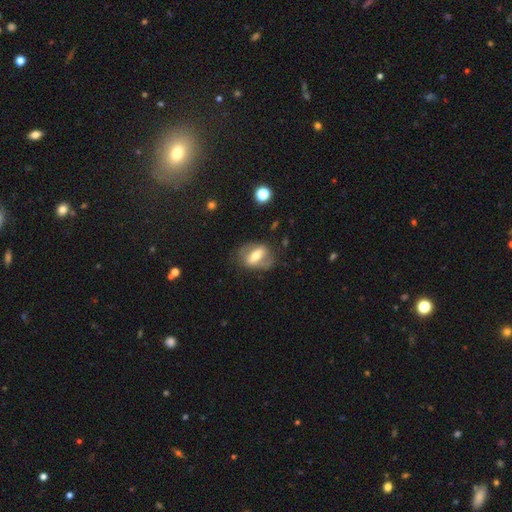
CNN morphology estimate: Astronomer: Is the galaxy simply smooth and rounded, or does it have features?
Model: featured or disk — 59%.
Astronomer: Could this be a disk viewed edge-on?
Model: no — 84%.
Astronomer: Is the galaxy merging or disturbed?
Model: none — 68%.